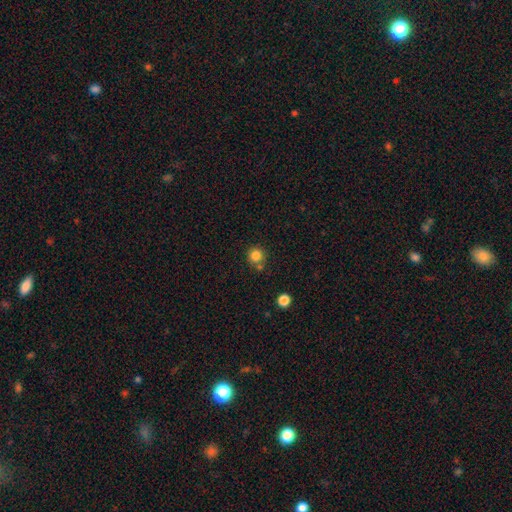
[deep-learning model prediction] smooth 82%, star or artifact 12%, featured or disk 5%. Down the decision tree: how rounded — round (93%); merging — none (74%).